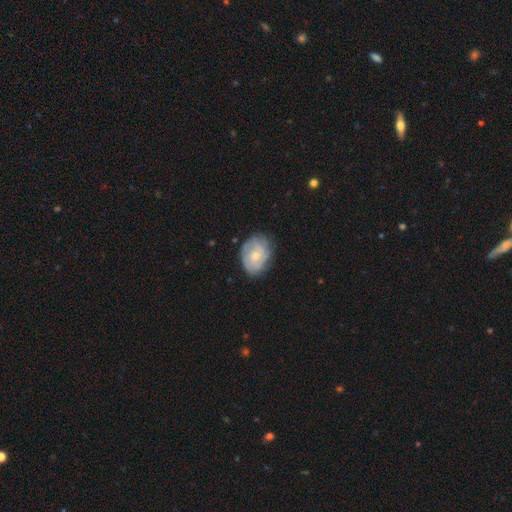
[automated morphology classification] Overall: featured or disk (50%; smooth 44%). Merging: none (69%).